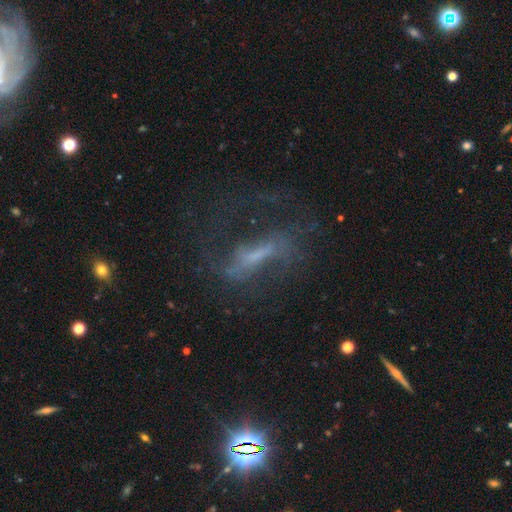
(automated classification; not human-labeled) Smooth or featured? featured or disk (66%)
Edge-on disk? no (81%)
Bar? strong (43%)
Spiral arms? yes (66%)
Bulge size? small (42%)
Merging? none (49%)